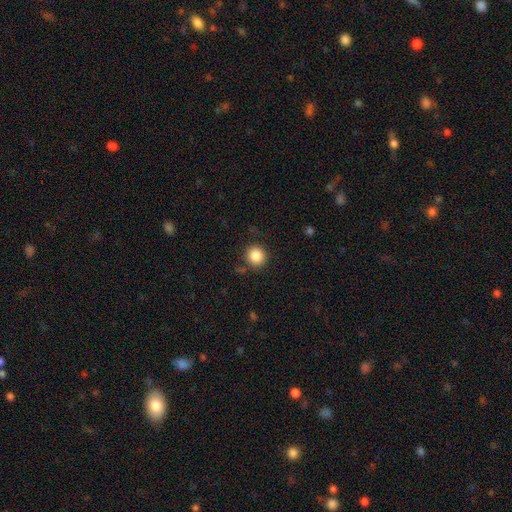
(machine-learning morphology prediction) type=smooth (86%); roundness=round (90%); merging=none (84%).